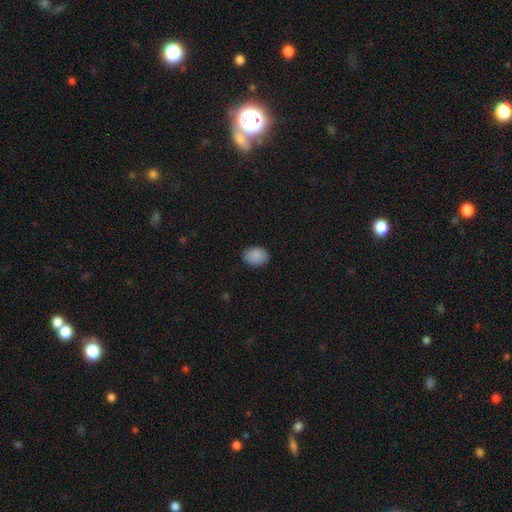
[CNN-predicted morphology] smooth_or_featured: smooth (p=0.89) [alt: star or artifact p=0.08]
how_rounded: in between (p=0.68) [alt: round p=0.31]
merging: none (p=0.86) [alt: minor disturbance p=0.11]